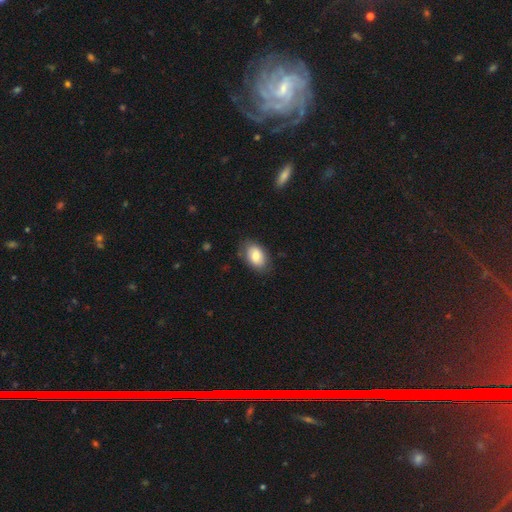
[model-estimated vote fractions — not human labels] This appears to be a smooth galaxy with no disk features (78%) that is in between round and cigar-shaped (89%). Merging: none (78%).